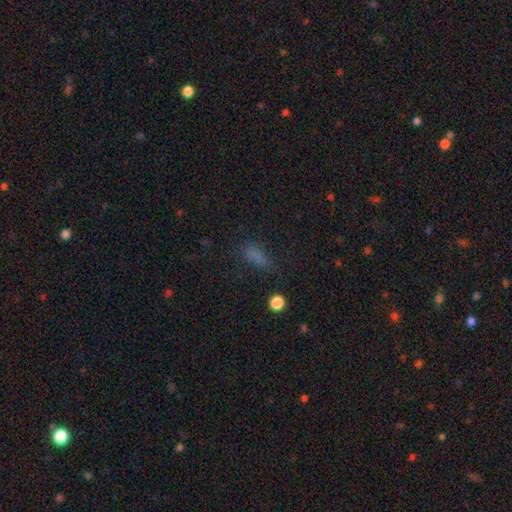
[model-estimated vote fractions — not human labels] A smooth galaxy with no disk features (71%) that is in between round and cigar-shaped (65%). Merging: none (68%).